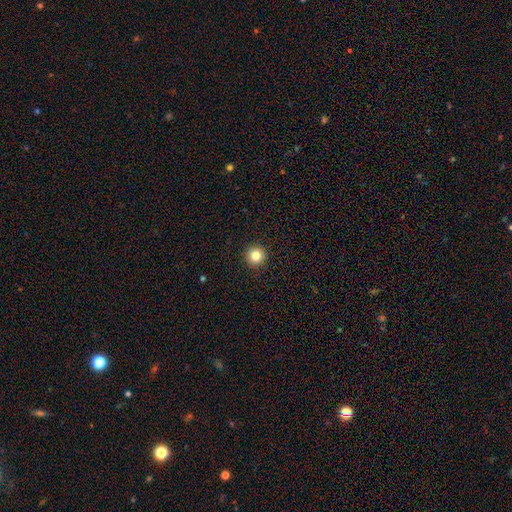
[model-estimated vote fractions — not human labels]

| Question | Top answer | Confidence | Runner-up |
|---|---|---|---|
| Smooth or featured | smooth | 83% | star or artifact (12%) |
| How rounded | round | 96% | in between (3%) |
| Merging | none | 94% | minor disturbance (4%) |